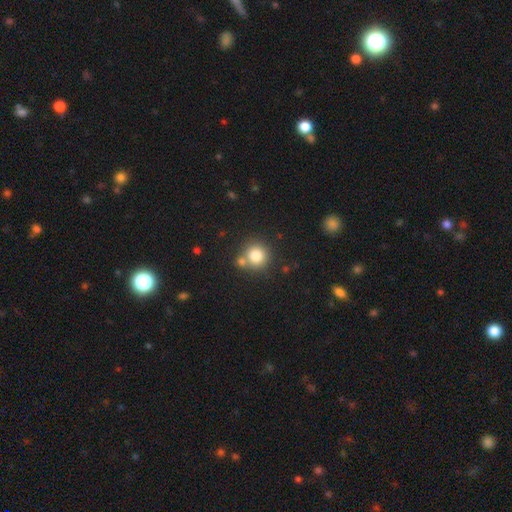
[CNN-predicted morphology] A smooth galaxy with no disk features (80%) that is round (91%).

Vote fractions:
- Smooth or featured? smooth: 80% / star or artifact: 11% / featured or disk: 9%
- How rounded? round: 91% / in between: 8% / cigar-shaped: 1%
- Merging? none: 66% / merger: 22% / minor disturbance: 9% / major disturbance: 3%